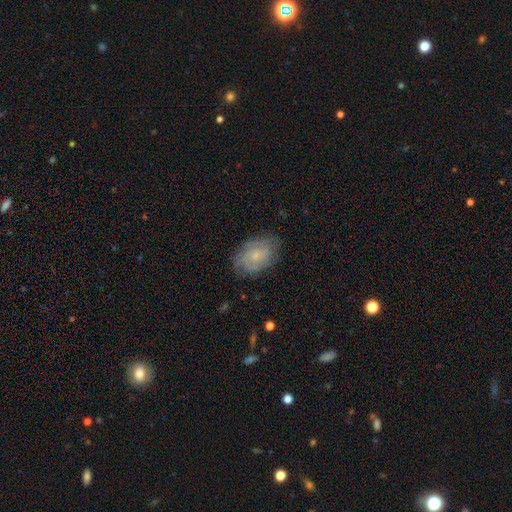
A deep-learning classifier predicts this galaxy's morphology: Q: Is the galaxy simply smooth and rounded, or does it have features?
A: featured or disk — 60%.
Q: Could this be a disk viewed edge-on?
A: no — 96%.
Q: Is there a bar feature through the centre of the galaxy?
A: no — 75%.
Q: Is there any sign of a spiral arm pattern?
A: yes — 85%.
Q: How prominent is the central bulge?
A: small — 64%.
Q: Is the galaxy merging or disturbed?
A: none — 73%.